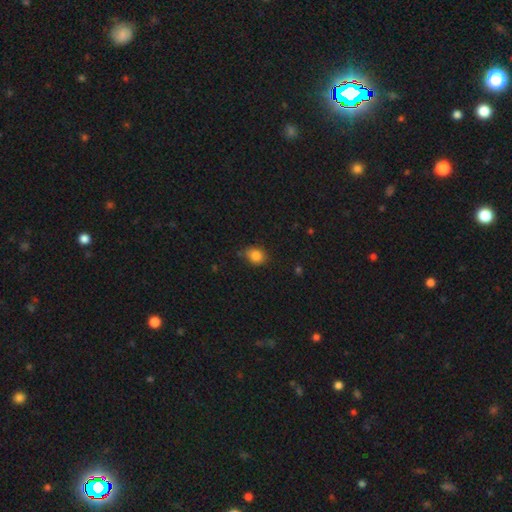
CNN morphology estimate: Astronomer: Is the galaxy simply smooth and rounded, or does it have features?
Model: smooth — 84%.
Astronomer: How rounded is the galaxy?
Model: round — 53% (runner-up: in between, 46%).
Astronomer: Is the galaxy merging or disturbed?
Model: none — 76%.